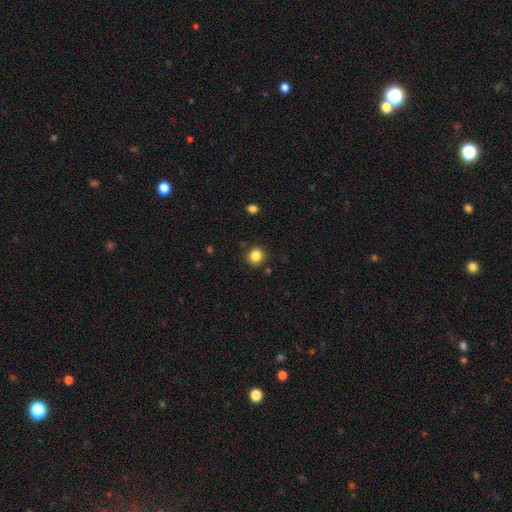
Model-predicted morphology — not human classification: This appears to be a smooth galaxy with no disk features (84%) that is round (92%). Merging: none (89%).